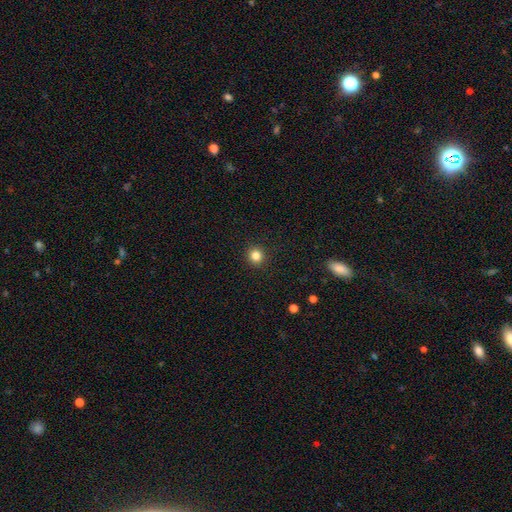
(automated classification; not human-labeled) The model was most divided on "smooth or featured": smooth: 83%, star or artifact: 12%, featured or disk: 5%. More confident: merging — none (92%); how rounded — round (91%).